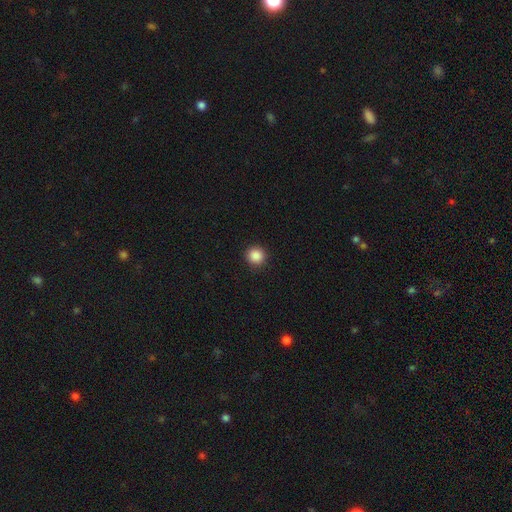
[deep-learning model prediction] smooth 88%, star or artifact 10%, featured or disk 3%. Down the decision tree: how rounded — round (94%); merging — none (92%).